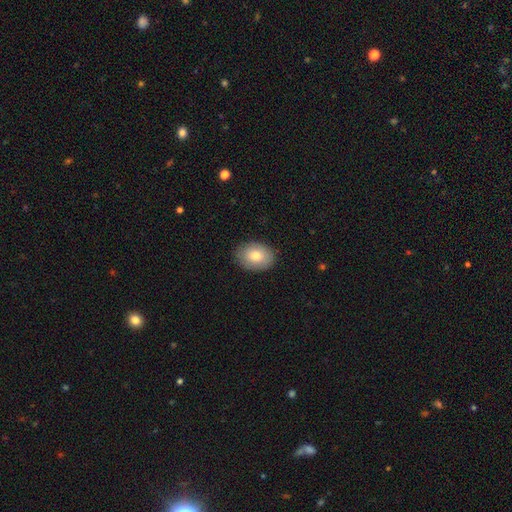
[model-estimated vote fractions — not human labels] smooth_or_featured: smooth (p=0.79) [alt: featured or disk p=0.14]
how_rounded: in between (p=0.75) [alt: round p=0.24]
merging: none (p=0.87) [alt: minor disturbance p=0.10]